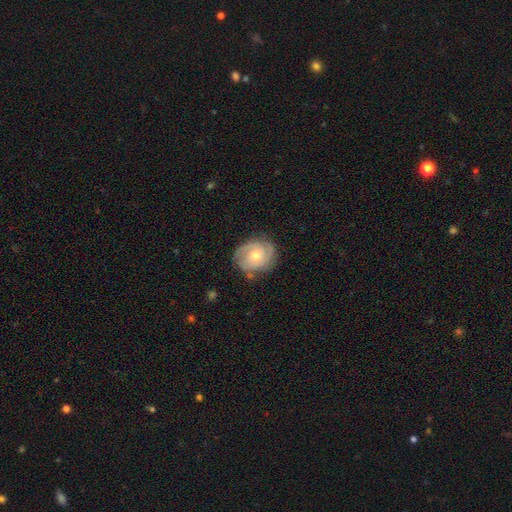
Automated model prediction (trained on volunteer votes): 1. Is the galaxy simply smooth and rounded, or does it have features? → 81% featured or disk, 13% smooth, 6% star or artifact.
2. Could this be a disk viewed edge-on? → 98% no, 2% yes.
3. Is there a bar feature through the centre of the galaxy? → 71% no, 25% weak, 4% strong.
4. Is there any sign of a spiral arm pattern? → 95% yes, 5% no.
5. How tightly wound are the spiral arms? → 63% tight, 31% medium, 6% loose.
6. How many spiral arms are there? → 41% 2, 30% 3, 17% can't tell, 5% 4, 4% 1, 3% more than 4.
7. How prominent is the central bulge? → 56% moderate, 39% small, 2% large, 1% none, 1% dominant.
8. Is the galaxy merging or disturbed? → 77% none, 17% minor disturbance, 5% major disturbance, 2% merger.